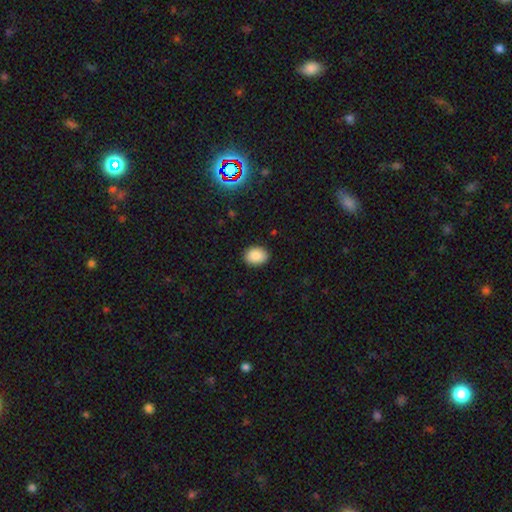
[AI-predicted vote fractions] smooth_or_featured: smooth (p=0.88) [alt: star or artifact p=0.08]
how_rounded: in between (p=0.63) [alt: round p=0.37]
merging: none (p=0.89) [alt: minor disturbance p=0.08]